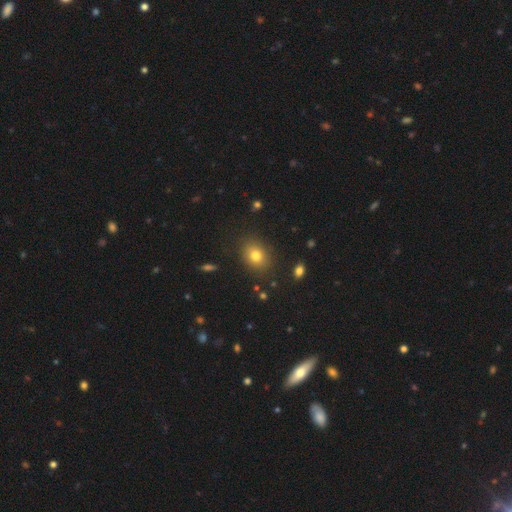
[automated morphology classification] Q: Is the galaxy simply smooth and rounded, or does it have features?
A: smooth — 78%.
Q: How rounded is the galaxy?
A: in between — 50%.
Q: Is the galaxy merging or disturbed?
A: none — 86%.